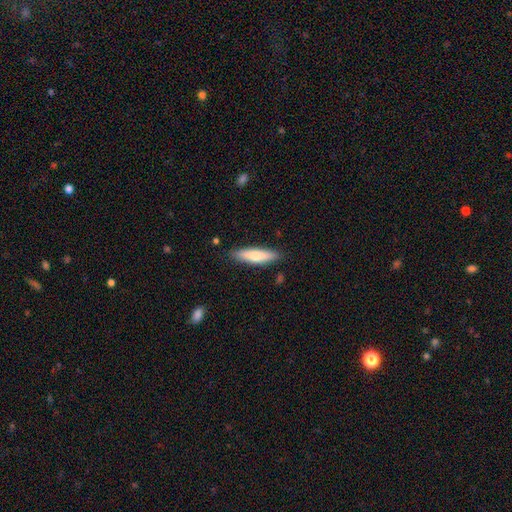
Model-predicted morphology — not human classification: A smooth galaxy with no disk features (67%) that is cigar-shaped (74%).

Vote fractions:
- Smooth or featured? smooth: 67% / featured or disk: 28% / star or artifact: 6%
- How rounded? cigar-shaped: 74% / in between: 24% / round: 2%
- Merging? none: 86% / minor disturbance: 10% / major disturbance: 2% / merger: 1%